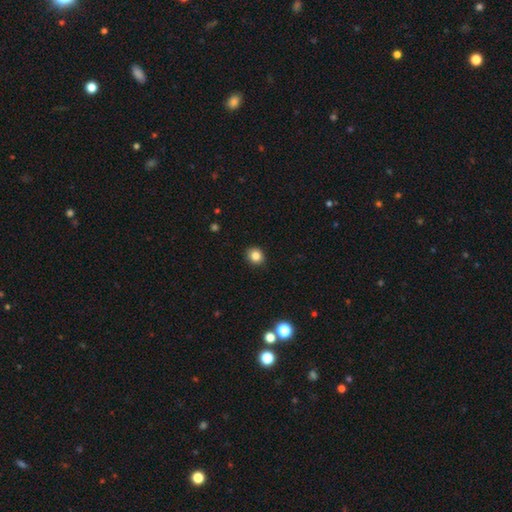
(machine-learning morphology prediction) Smooth or featured?
  - smooth: 83% *
  - star or artifact: 11%
  - featured or disk: 6%
How rounded?
  - round: 79% *
  - in between: 20%
  - cigar-shaped: 1%
Merging?
  - none: 90% *
  - minor disturbance: 7%
  - major disturbance: 2%
  - merger: 1%